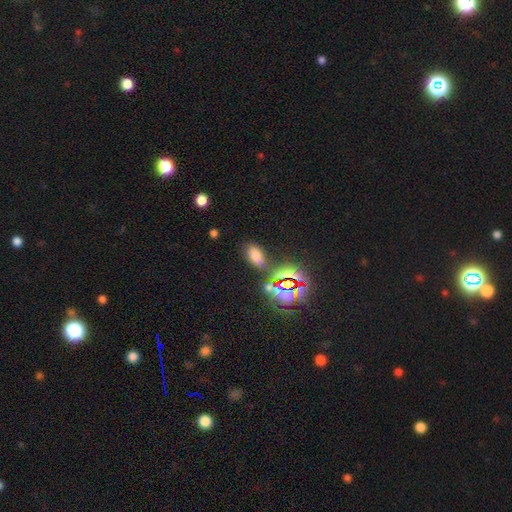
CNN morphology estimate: Smooth or featured?
  - smooth: 58% *
  - star or artifact: 32%
  - featured or disk: 10%
How rounded?
  - in between: 87% *
  - round: 9%
  - cigar-shaped: 3%
Merging?
  - none: 66% *
  - minor disturbance: 17%
  - merger: 9%
  - major disturbance: 7%